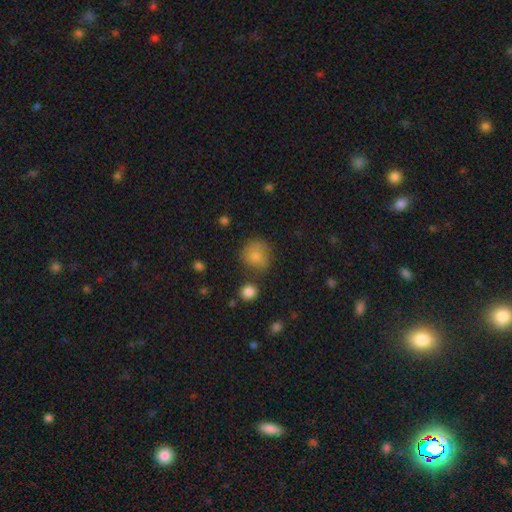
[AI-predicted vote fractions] Smooth or featured?
  - smooth: 80% *
  - star or artifact: 11%
  - featured or disk: 9%
How rounded?
  - round: 85% *
  - in between: 14%
  - cigar-shaped: 1%
Merging?
  - none: 65% *
  - minor disturbance: 20%
  - major disturbance: 8%
  - merger: 7%